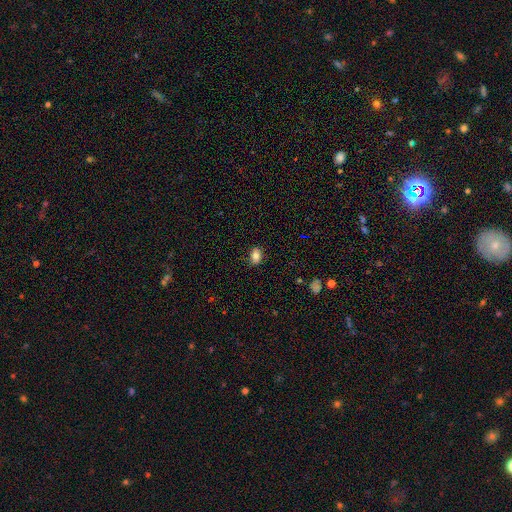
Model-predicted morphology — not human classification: A smooth galaxy with no disk features (80%) that is in between round and cigar-shaped (80%). Merging: none (83%).